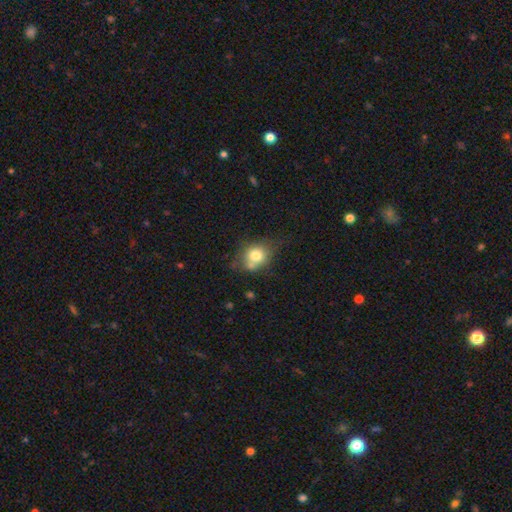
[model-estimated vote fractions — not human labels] Smooth or featured? smooth (75%)
How rounded? round (67%)
Merging? none (50%)